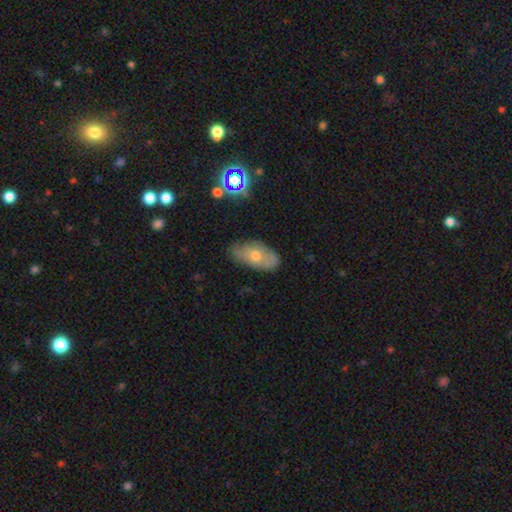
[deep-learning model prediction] Smooth or featured?
  - smooth: 51% *
  - featured or disk: 38%
  - star or artifact: 11%
How rounded?
  - in between: 89% *
  - round: 6%
  - cigar-shaped: 5%
Merging?
  - none: 69% *
  - minor disturbance: 24%
  - major disturbance: 5%
  - merger: 2%